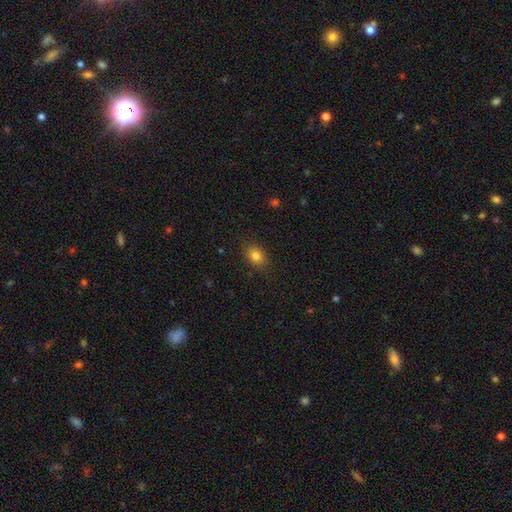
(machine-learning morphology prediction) A smooth galaxy with no disk features (82%) that is in between round and cigar-shaped (64%). Merging: none (85%).